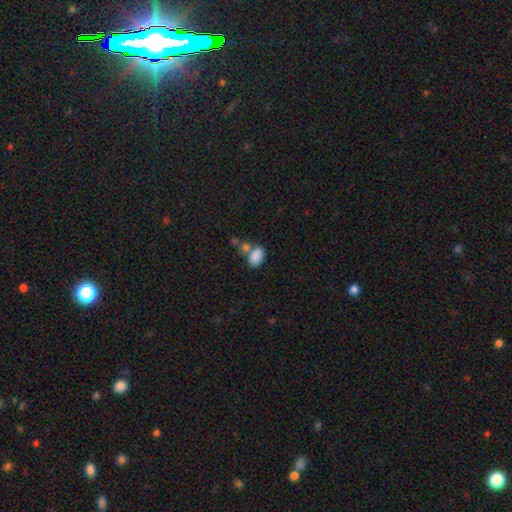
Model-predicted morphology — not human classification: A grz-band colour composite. It shows a smooth galaxy with no disk features (85%) that is in between round and cigar-shaped (90%). Merging: none (48%).